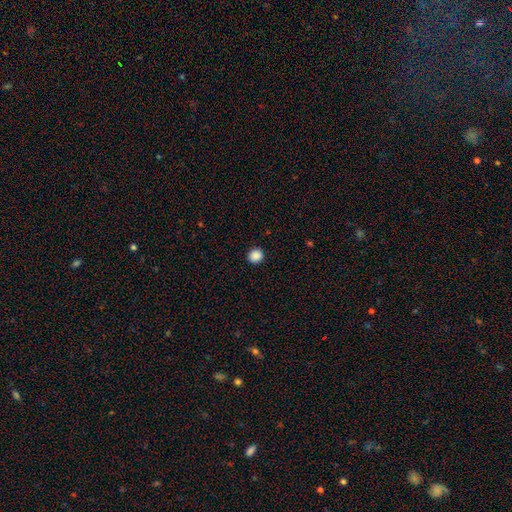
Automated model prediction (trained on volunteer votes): Overall: smooth (89%). How rounded: round (82%). Merging: none (92%).